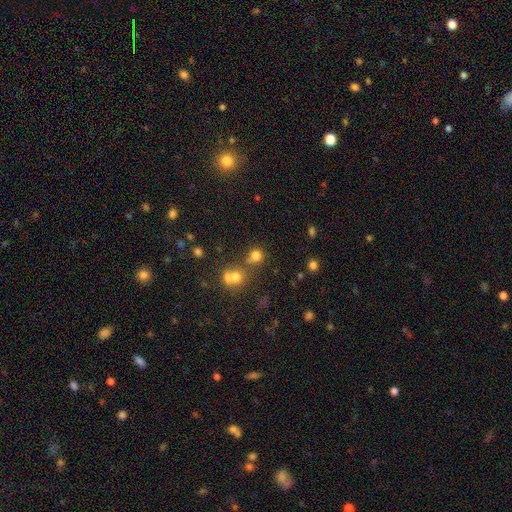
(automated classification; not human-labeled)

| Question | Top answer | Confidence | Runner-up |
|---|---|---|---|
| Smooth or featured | smooth | 74% | star or artifact (18%) |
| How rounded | round | 88% | in between (11%) |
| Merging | none | 60% | merger (27%) |